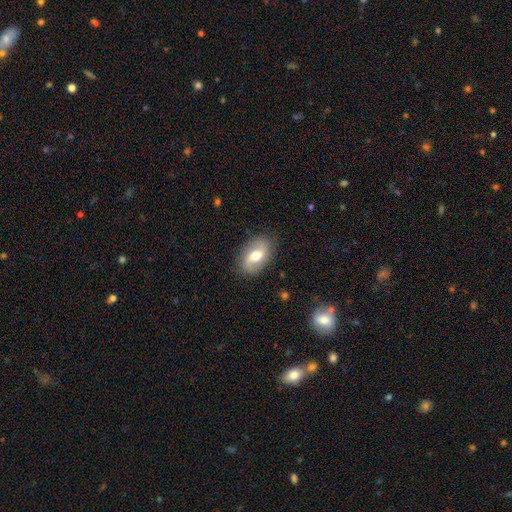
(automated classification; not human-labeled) Morphology: type=smooth (48%); merging=none (84%).